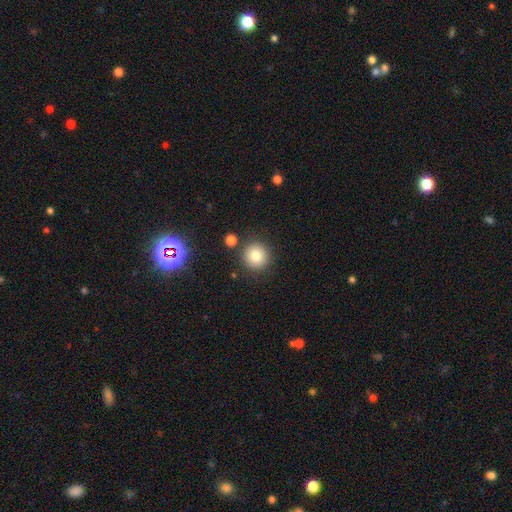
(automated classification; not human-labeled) This is clearly a smooth galaxy (80%). How rounded: clearly round (94%). Merging: clearly none (85%).